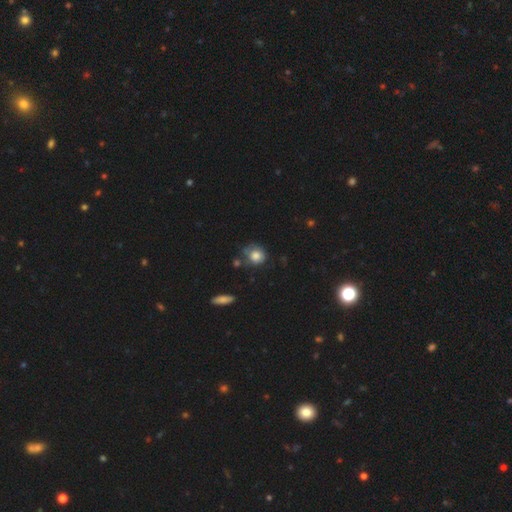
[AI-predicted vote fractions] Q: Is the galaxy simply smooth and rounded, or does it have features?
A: smooth — 77%.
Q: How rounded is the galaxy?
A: round — 77%.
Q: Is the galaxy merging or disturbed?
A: none — 54%.